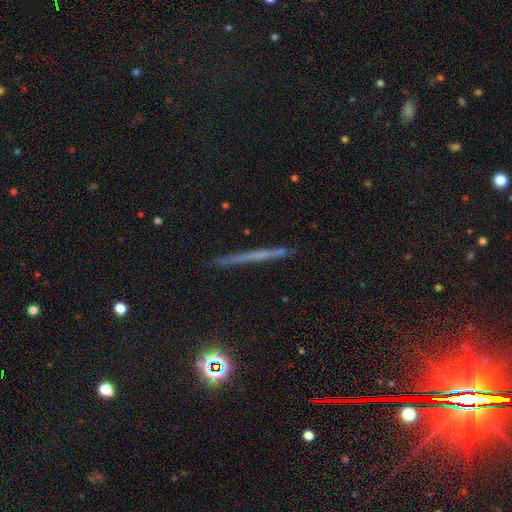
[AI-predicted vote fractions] This appears to be a featured or disk galaxy (44%). Merging: none (87%).